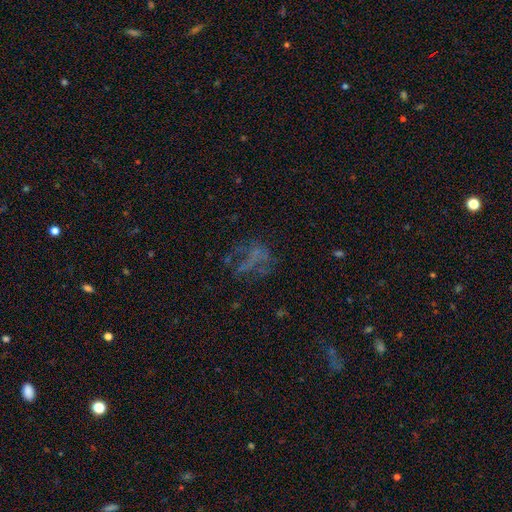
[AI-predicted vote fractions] Q: Smooth or featured?
A: featured or disk (42%); runner-up: star or artifact (29%)
Q: Merging?
A: none (46%); runner-up: major disturbance (33%)